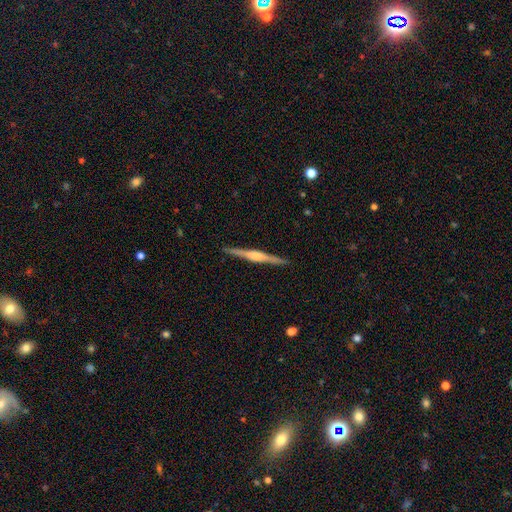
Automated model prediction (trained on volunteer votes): A featured or disk galaxy (76%) viewed edge-on (98%) with a rounded central bulge (67%). Merging: none (92%).